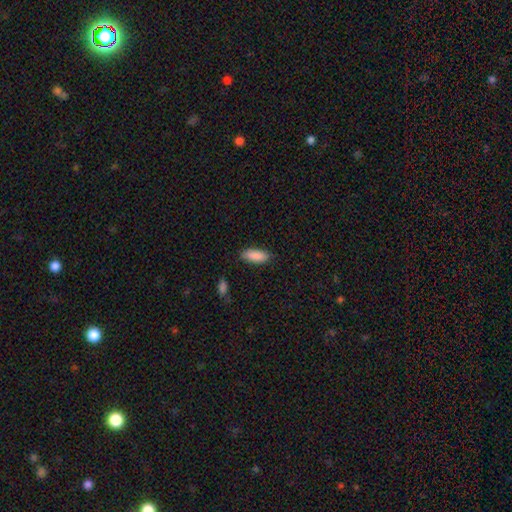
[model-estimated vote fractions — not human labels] This appears to be a smooth galaxy with no disk features (89%) that is in between round and cigar-shaped (79%). Merging: none (84%).